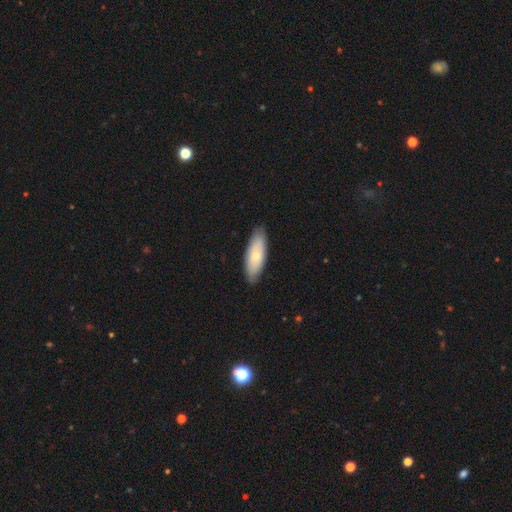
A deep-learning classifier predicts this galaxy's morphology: A smooth galaxy with no disk features (69%) that is in between round and cigar-shaped (60%).

Vote fractions:
- Smooth or featured? smooth: 69% / featured or disk: 26% / star or artifact: 5%
- How rounded? in between: 60% / cigar-shaped: 38% / round: 2%
- Merging? none: 85% / minor disturbance: 12% / major disturbance: 2% / merger: 1%